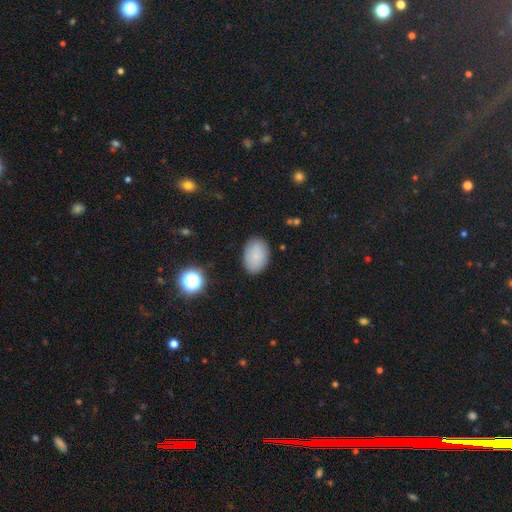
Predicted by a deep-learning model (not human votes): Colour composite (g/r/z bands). It shows a smooth galaxy with no disk features (83%) that is in between round and cigar-shaped (87%). Merging: none (86%).